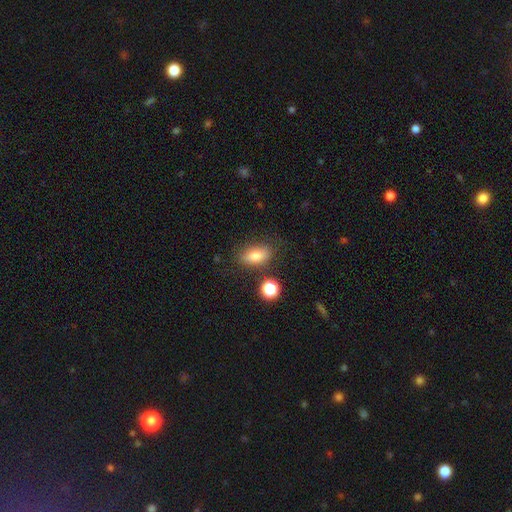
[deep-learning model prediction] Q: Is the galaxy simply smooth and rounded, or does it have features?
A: smooth — 78%.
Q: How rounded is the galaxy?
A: in between — 83%.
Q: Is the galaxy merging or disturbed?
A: none — 75%.